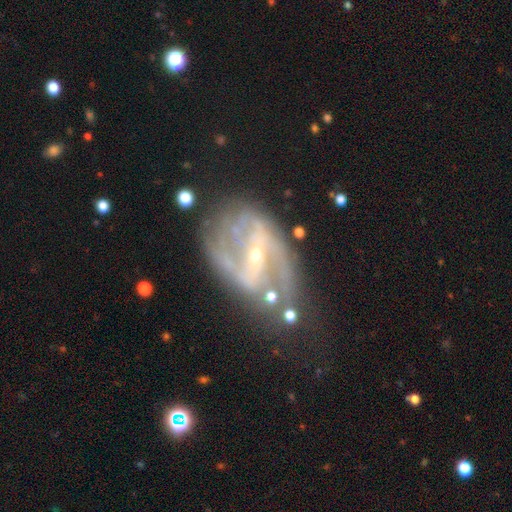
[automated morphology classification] This is clearly a featured or disk galaxy (87%). It is clearly not viewed edge-on (96%). Bar: possibly strong (47%). Spiral arm pattern: clearly yes (92%). Spiral arm count: likely 2 (70%). Spiral winding: marginally medium (45%). Central bulge: likely small (75%). Merging: possibly none (56%).